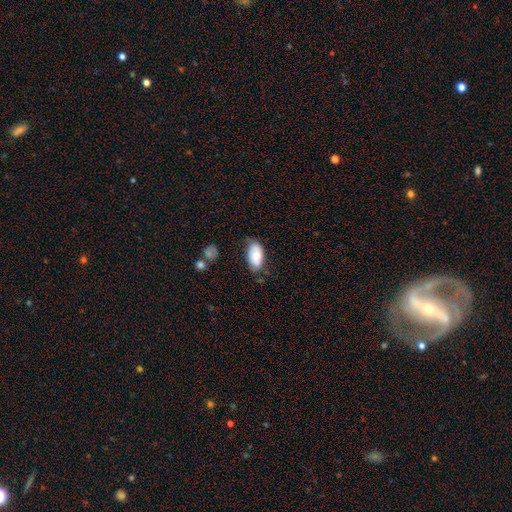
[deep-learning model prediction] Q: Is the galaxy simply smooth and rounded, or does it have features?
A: smooth — 77%.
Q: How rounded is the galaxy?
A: in between — 94%.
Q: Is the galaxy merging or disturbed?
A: none — 66%.